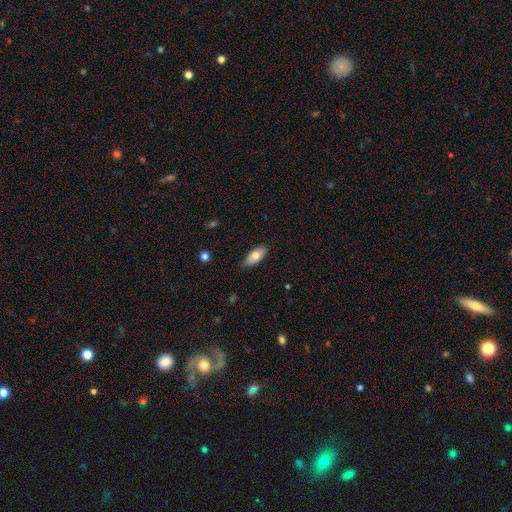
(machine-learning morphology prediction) The model was most divided on "smooth or featured": smooth: 73%, featured or disk: 21%, star or artifact: 6%. More confident: how rounded — in between (85%); merging — none (83%).